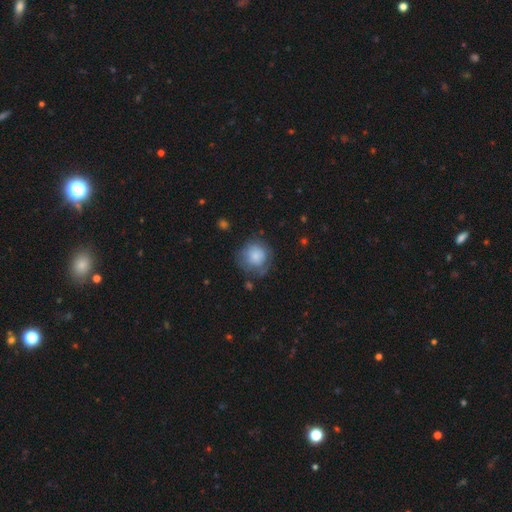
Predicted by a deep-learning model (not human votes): Smooth or featured? smooth (71%)
How rounded? round (90%)
Merging? none (60%)